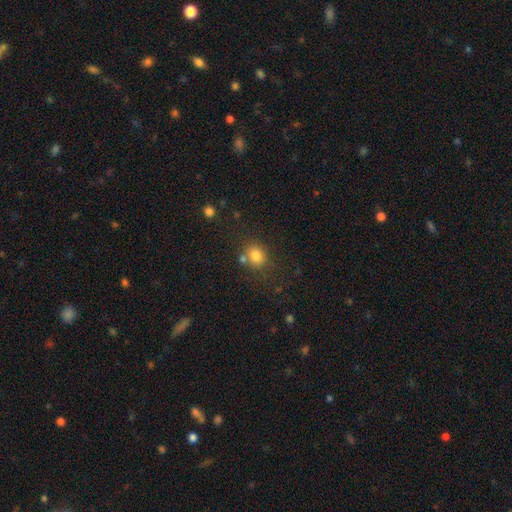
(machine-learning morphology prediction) smooth_or_featured: smooth (p=0.80) [alt: star or artifact p=0.12]
how_rounded: round (p=0.64) [alt: in between p=0.35]
merging: none (p=0.65) [alt: merger p=0.18]